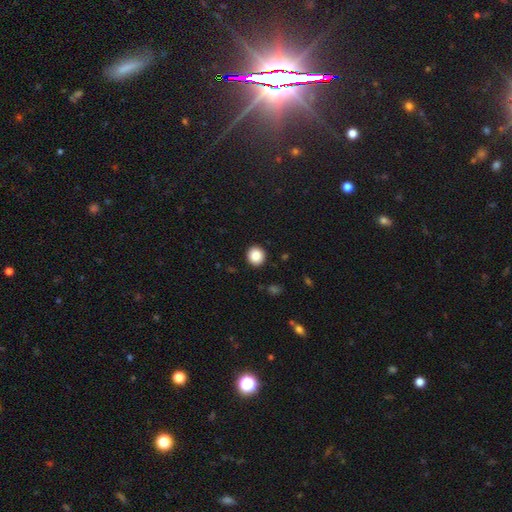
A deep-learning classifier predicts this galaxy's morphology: smooth 87%, star or artifact 9%, featured or disk 4%. Down the decision tree: how rounded — round (91%); merging — none (92%).